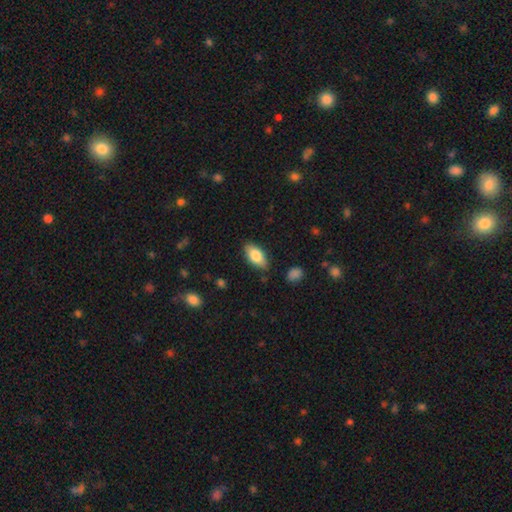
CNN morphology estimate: Smooth or featured: smooth — 77% (featured or disk — 16%)
How rounded: in between — 89% (cigar-shaped — 8%)
Merging: none — 84% (minor disturbance — 12%)